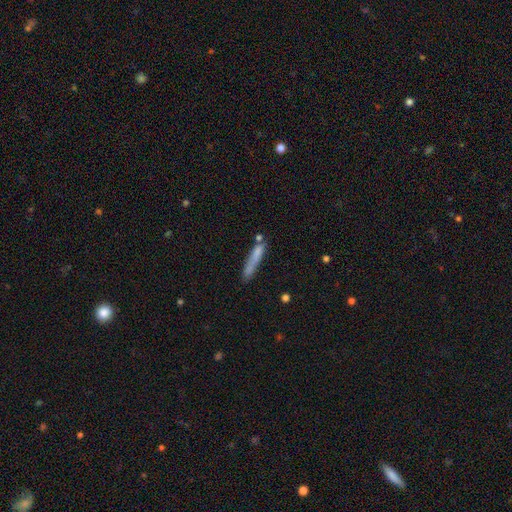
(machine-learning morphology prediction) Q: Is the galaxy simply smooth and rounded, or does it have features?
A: smooth — 71%.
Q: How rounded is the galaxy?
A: cigar-shaped — 93%.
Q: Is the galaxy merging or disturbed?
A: none — 65%.